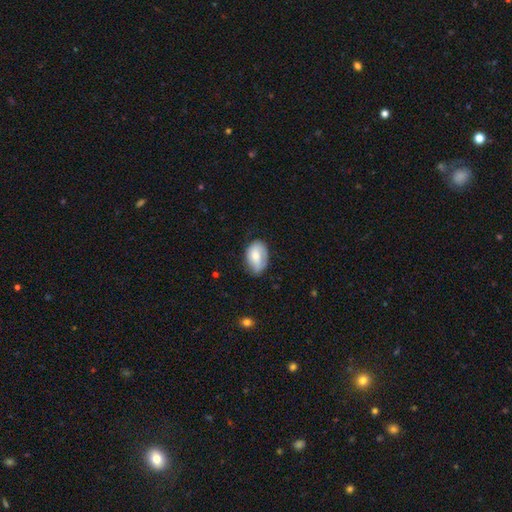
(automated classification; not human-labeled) This appears to be a smooth galaxy with no disk features (67%) that is in between round and cigar-shaped (88%). Merging: none (64%).